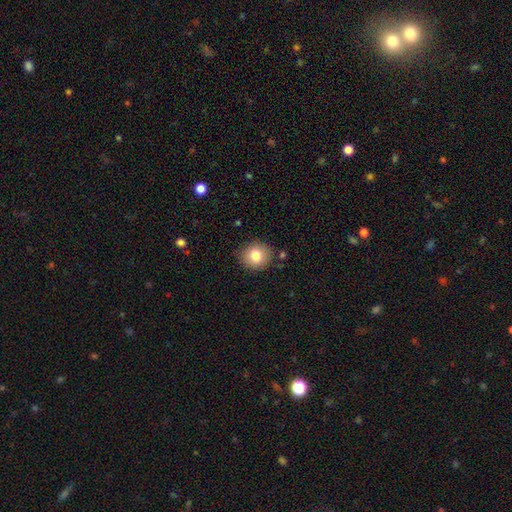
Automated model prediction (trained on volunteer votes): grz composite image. It shows a smooth galaxy with no disk features (81%) that is round (78%). Merging: none (85%).